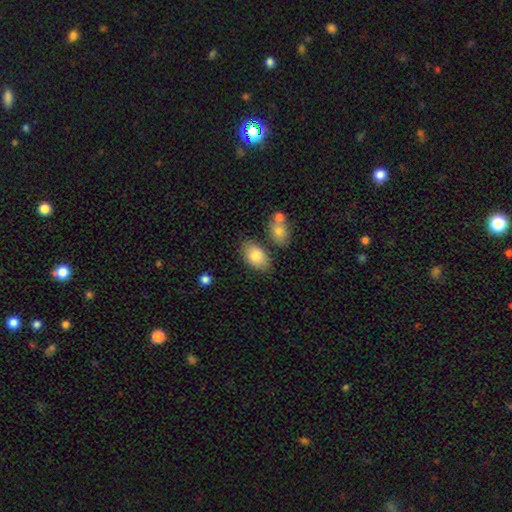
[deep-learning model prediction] Overall: smooth (80%). How rounded: in between (92%). Merging: none (73%).